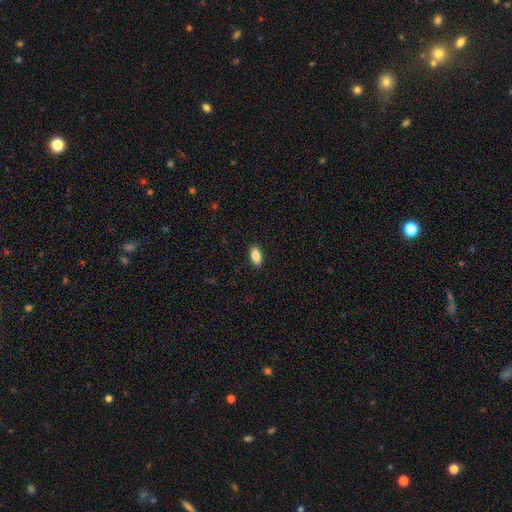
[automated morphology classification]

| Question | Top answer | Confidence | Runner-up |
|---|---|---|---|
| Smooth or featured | smooth | 84% | featured or disk (9%) |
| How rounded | in between | 91% | cigar-shaped (6%) |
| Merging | none | 90% | minor disturbance (8%) |